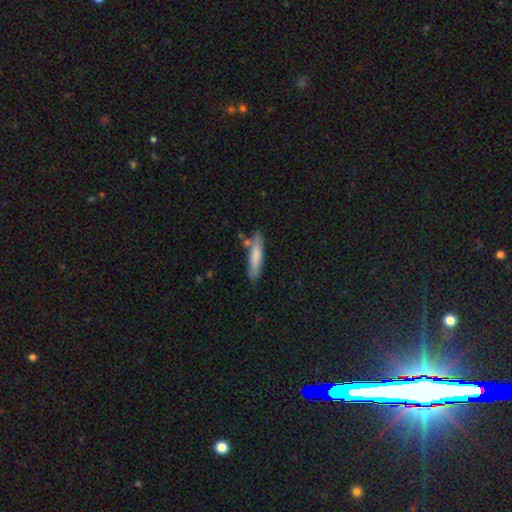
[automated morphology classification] type=smooth (75%); roundness=cigar-shaped (79%); merging=none (71%).